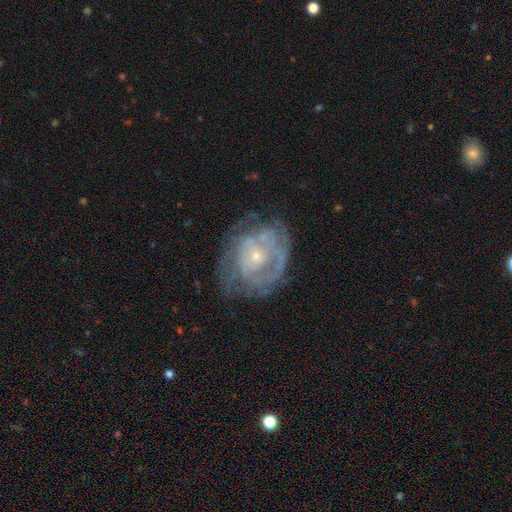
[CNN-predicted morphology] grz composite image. It shows a featured or disk galaxy (77%) with no bar (78%), tight (62%) spiral arms (72%) and a small central bulge (67%). Merging: none (59%).